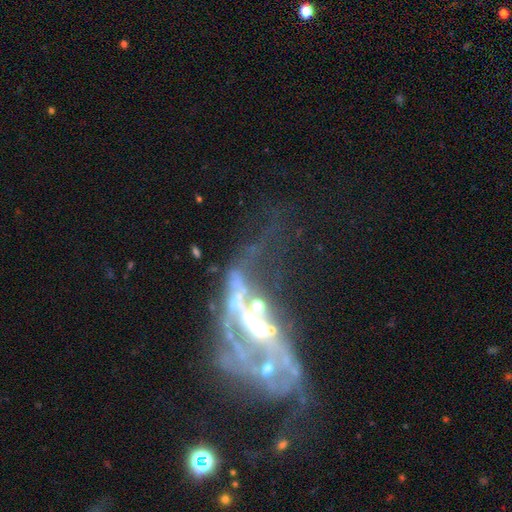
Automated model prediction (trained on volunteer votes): Smooth or featured?
  - featured or disk: 73% *
  - star or artifact: 17%
  - smooth: 10%
Edge-on disk?
  - no: 91% *
  - yes: 9%
Bar?
  - no: 63% *
  - weak: 22%
  - strong: 15%
Spiral arms?
  - no: 53% *
  - yes: 47%
Bulge size?
  - small: 36% *
  - moderate: 32%
  - none: 25%
  - large: 5%
  - dominant: 2%
Merging?
  - merger: 39% *
  - major disturbance: 37%
  - none: 15%
  - minor disturbance: 9%